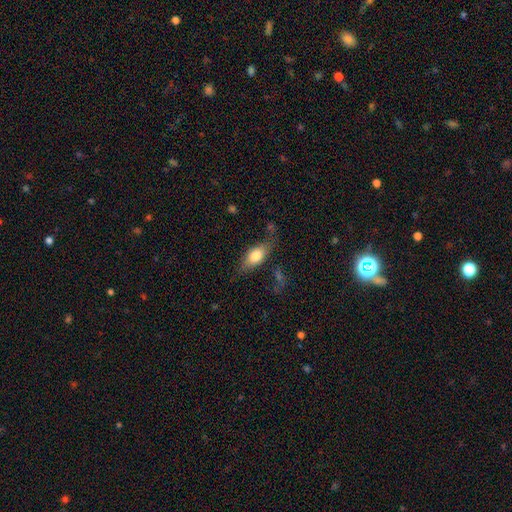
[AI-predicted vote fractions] This appears to be a smooth galaxy with no disk features (73%) that is in between round and cigar-shaped (84%). Merging: none (66%).